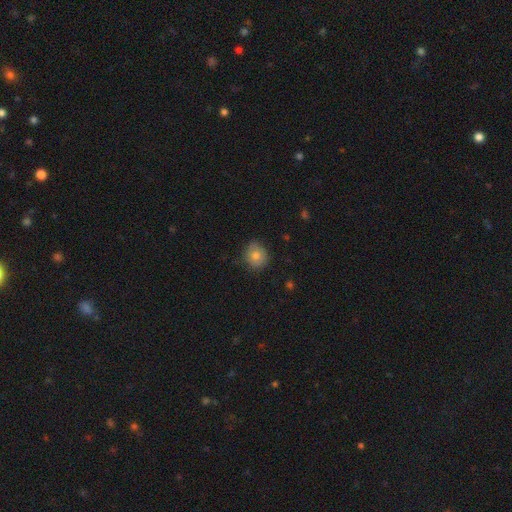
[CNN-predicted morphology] Overall: smooth (78%). How rounded: round (80%). Merging: none (77%).